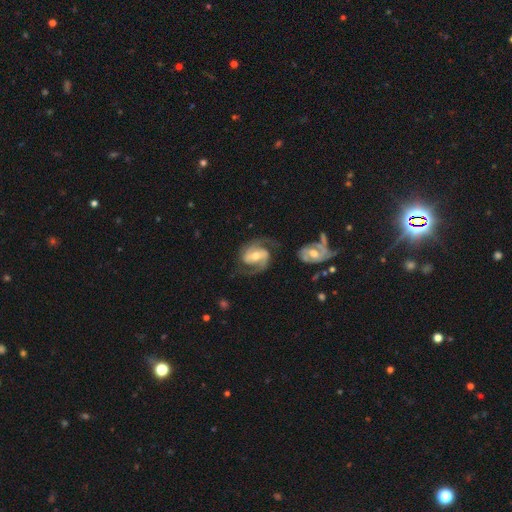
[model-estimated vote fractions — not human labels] smooth_or_featured: featured or disk (p=0.89) [alt: smooth p=0.06]
disk_edge_on: no (p=0.98) [alt: yes p=0.02]
bar: weak (p=0.42) [alt: strong p=0.35]
has_spiral_arms: yes (p=0.97) [alt: no p=0.03]
spiral_winding: medium (p=0.58) [alt: tight p=0.25]
spiral_arm_count: 2 (p=0.92) [alt: can't tell p=0.02]
bulge_size: moderate (p=0.62) [alt: small p=0.29]
merging: none (p=0.71) [alt: minor disturbance p=0.15]